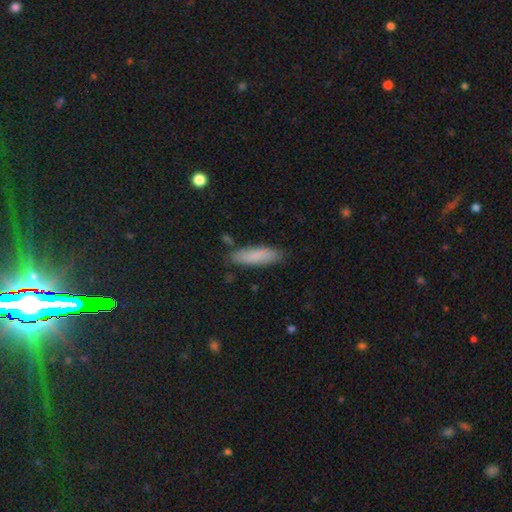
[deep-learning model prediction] Overall: smooth (84%). How rounded: cigar-shaped (63%; in between 35%). Merging: none (84%).